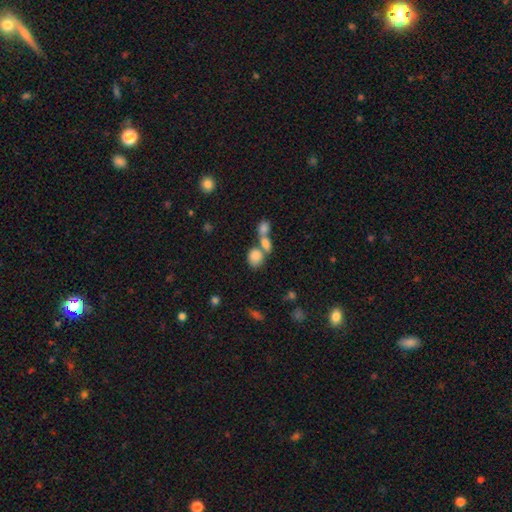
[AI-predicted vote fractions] This appears to be a smooth galaxy with no disk features (81%) that is round (51%). Merging: merger (54%).